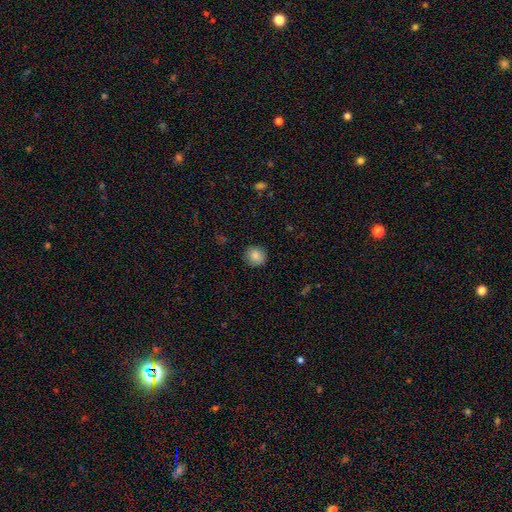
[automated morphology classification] type=smooth (85%); roundness=round (89%); merging=none (85%).